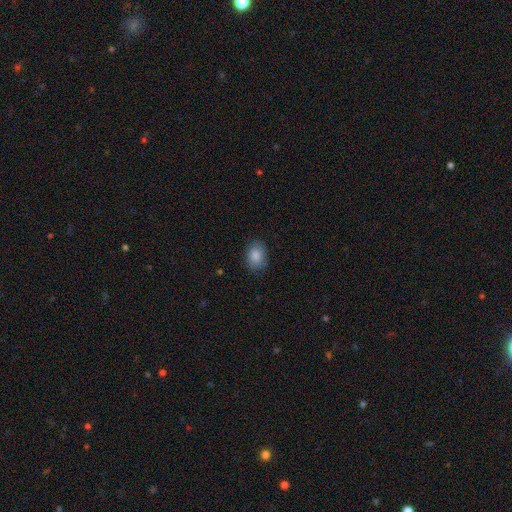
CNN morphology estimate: Smooth or featured: smooth — 86% (star or artifact — 7%)
How rounded: in between — 76% (round — 23%)
Merging: none — 82% (minor disturbance — 14%)